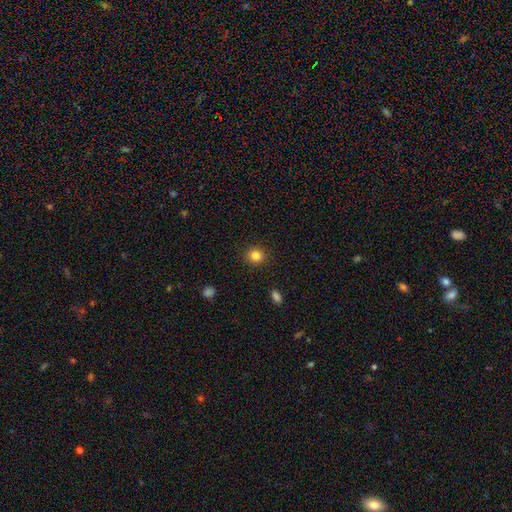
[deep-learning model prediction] This appears to be a smooth galaxy with no disk features (83%) that is round (89%). Merging: none (91%).